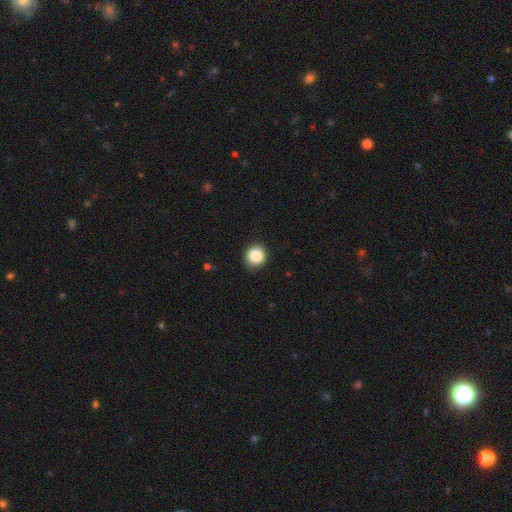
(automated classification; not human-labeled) The model was most divided on "merging": none: 87%, minor disturbance: 10%, major disturbance: 2%, merger: 1%. More confident: how rounded — round (91%); smooth or featured — smooth (87%).